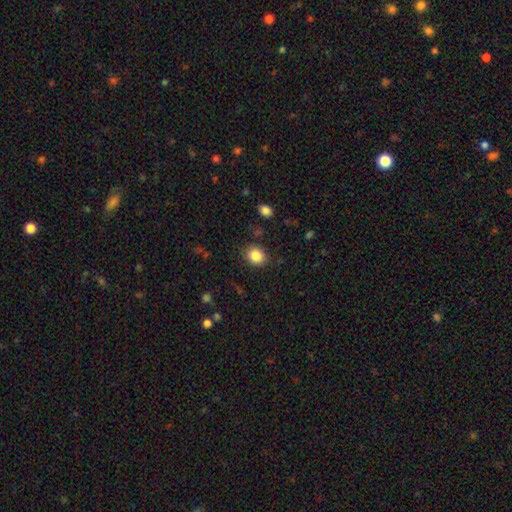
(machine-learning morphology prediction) A smooth galaxy with no disk features (85%) that is round (61%).

Vote fractions:
- Smooth or featured? smooth: 85% / star or artifact: 10% / featured or disk: 5%
- How rounded? round: 61% / in between: 38% / cigar-shaped: 1%
- Merging? none: 84% / minor disturbance: 11% / major disturbance: 3% / merger: 2%